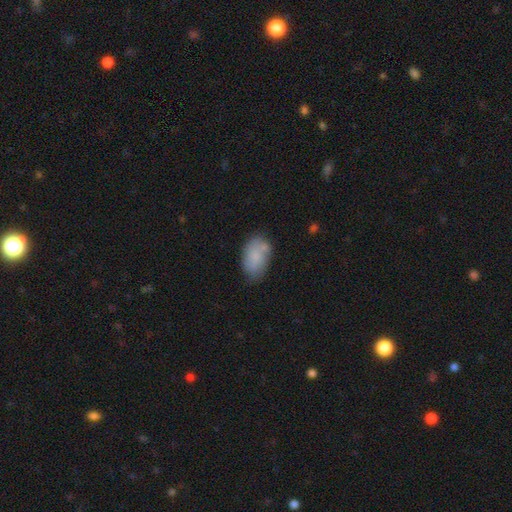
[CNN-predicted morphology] Overall: smooth (77%). How rounded: in between (91%). Merging: none (61%; minor disturbance 25%).